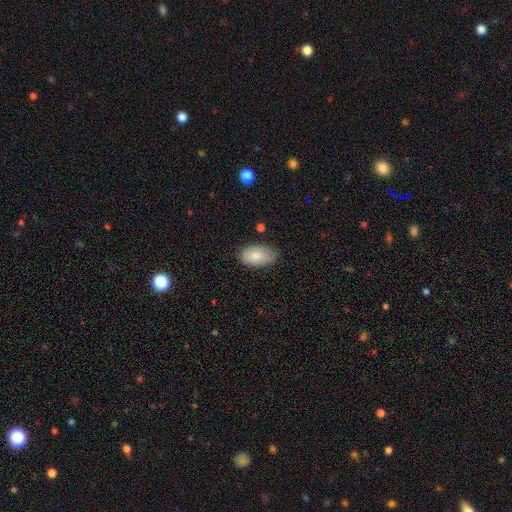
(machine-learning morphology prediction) Smooth or featured? smooth (84%)
How rounded? in between (94%)
Merging? none (78%)